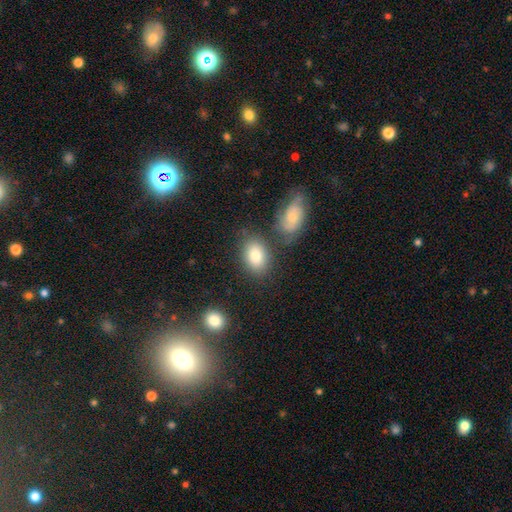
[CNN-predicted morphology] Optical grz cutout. It shows a smooth galaxy with no disk features (83%) that is in between round and cigar-shaped (83%). Merging: none (71%).